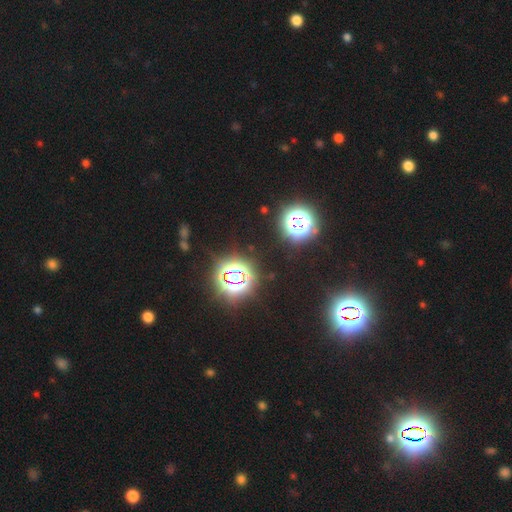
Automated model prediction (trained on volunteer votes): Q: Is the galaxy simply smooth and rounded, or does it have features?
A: star or artifact — 79%.